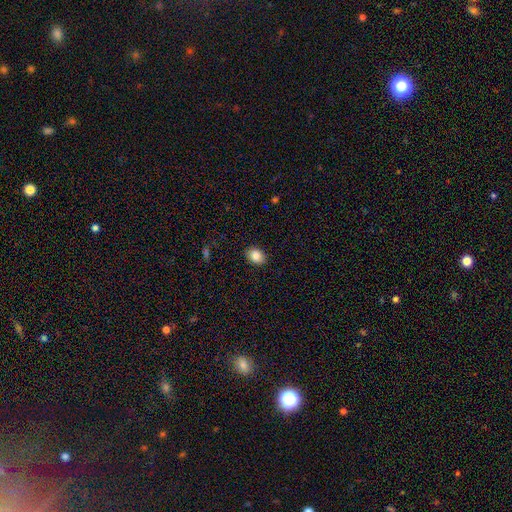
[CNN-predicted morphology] Overall: smooth (85%). How rounded: in between (70%). Merging: none (90%).